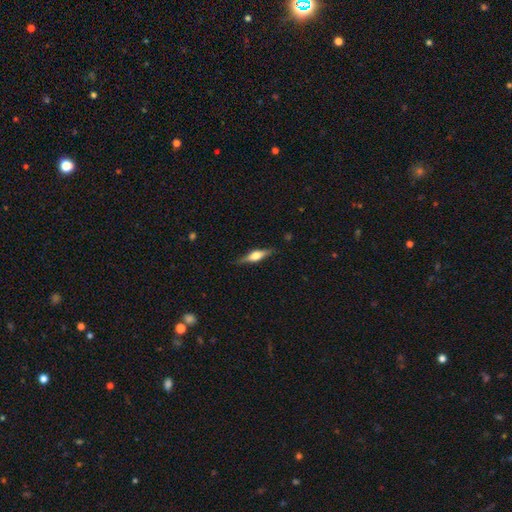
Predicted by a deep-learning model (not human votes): The model was most divided on "smooth or featured": featured or disk: 61%, smooth: 32%, star or artifact: 6%. More confident: edge-on disk — yes (96%); edge-on bulge — rounded (87%); merging — none (85%).